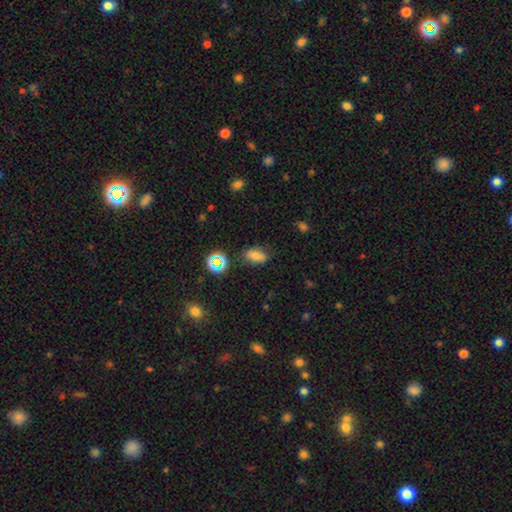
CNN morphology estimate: A smooth galaxy with no disk features (72%) that is in between round and cigar-shaped (85%).

Vote fractions:
- Smooth or featured? smooth: 72% / star or artifact: 18% / featured or disk: 10%
- How rounded? in between: 85% / round: 10% / cigar-shaped: 5%
- Merging? none: 76% / minor disturbance: 17% / major disturbance: 5% / merger: 3%